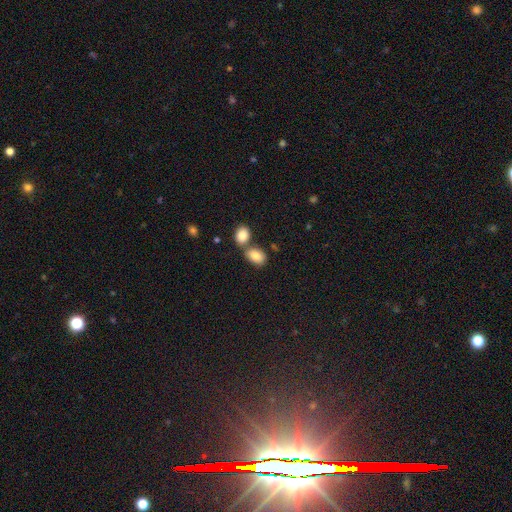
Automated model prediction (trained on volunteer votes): Q: Smooth or featured?
A: smooth (85%); runner-up: star or artifact (8%)
Q: How rounded?
A: in between (84%); runner-up: round (14%)
Q: Merging?
A: none (48%); runner-up: merger (39%)